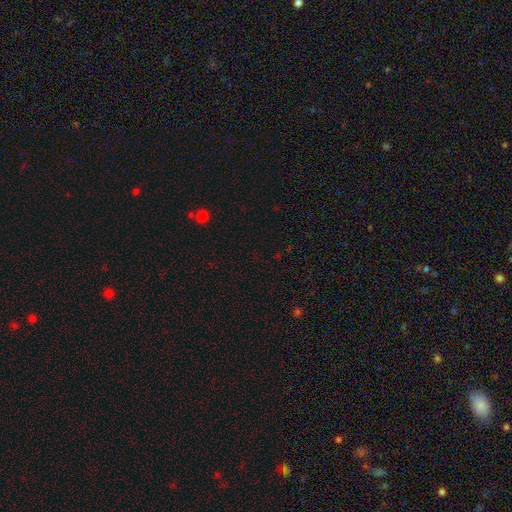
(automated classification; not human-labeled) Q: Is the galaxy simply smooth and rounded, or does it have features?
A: star or artifact — 65%.